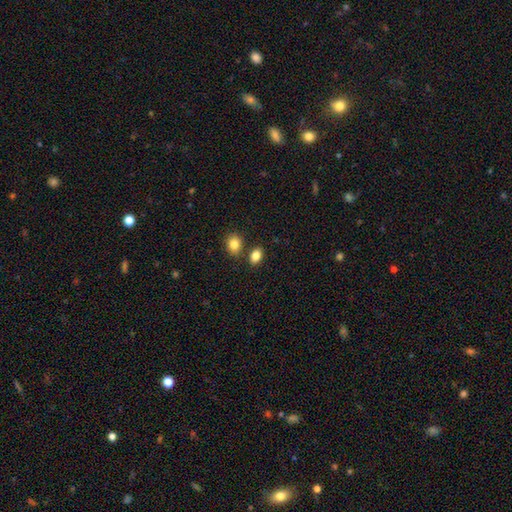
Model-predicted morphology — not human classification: type=smooth (85%); roundness=in between (74%); merging=none (73%).